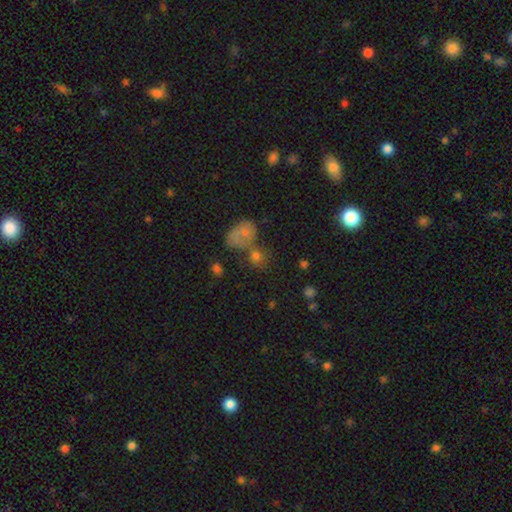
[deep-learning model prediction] A smooth galaxy with no disk features (59%) that is round (74%). Merging: none (54%).